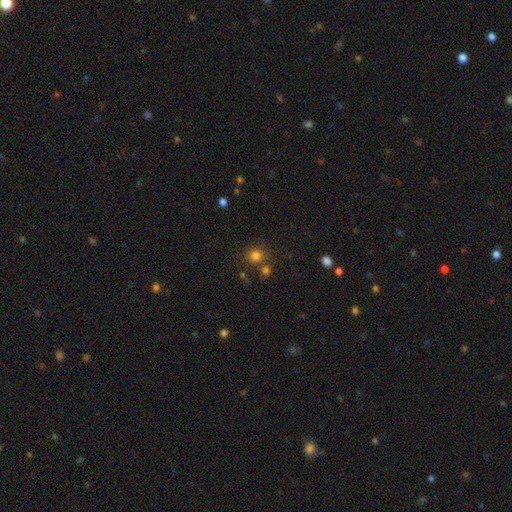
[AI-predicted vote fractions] Smooth or featured? smooth (77%)
How rounded? round (87%)
Merging? none (72%)